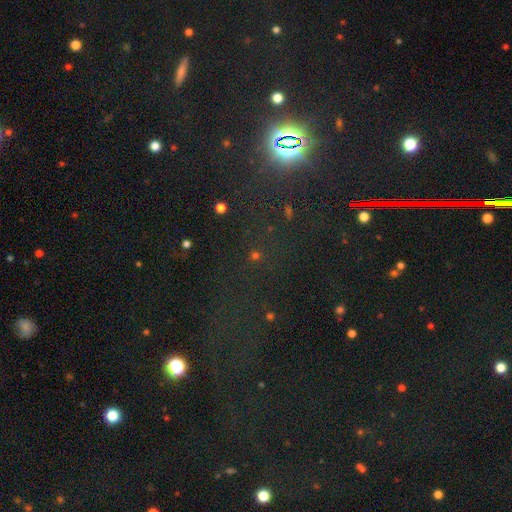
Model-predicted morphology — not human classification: The model was most divided on "smooth or featured": star or artifact: 69%, smooth: 23%, featured or disk: 8%.